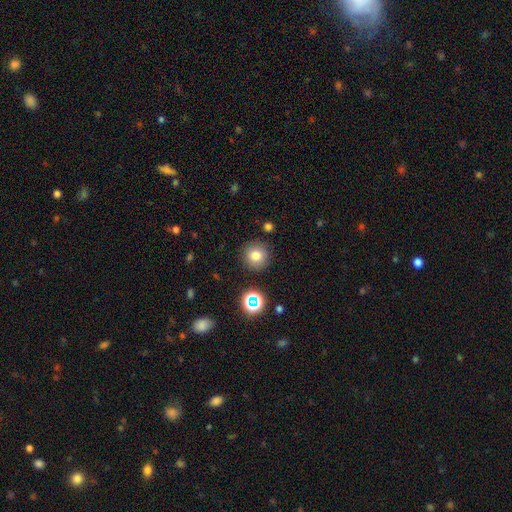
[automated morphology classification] Smooth or featured?
  - smooth: 77% *
  - star or artifact: 14%
  - featured or disk: 9%
How rounded?
  - round: 94% *
  - in between: 5%
  - cigar-shaped: 1%
Merging?
  - none: 88% *
  - minor disturbance: 7%
  - major disturbance: 3%
  - merger: 2%